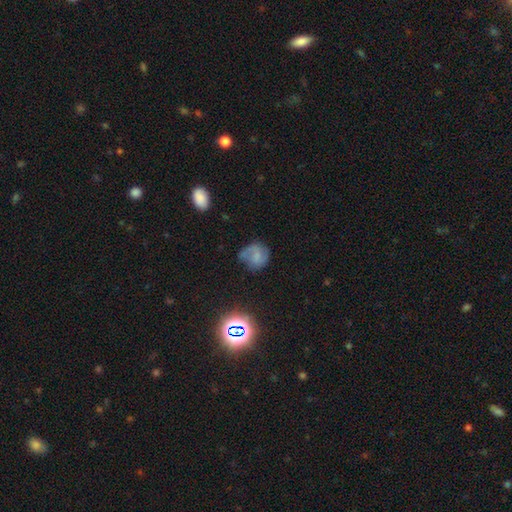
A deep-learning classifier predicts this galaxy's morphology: Q: Smooth or featured?
A: smooth (51%); runner-up: featured or disk (34%)
Q: How rounded?
A: round (74%); runner-up: in between (25%)
Q: Merging?
A: none (47%); runner-up: minor disturbance (30%)